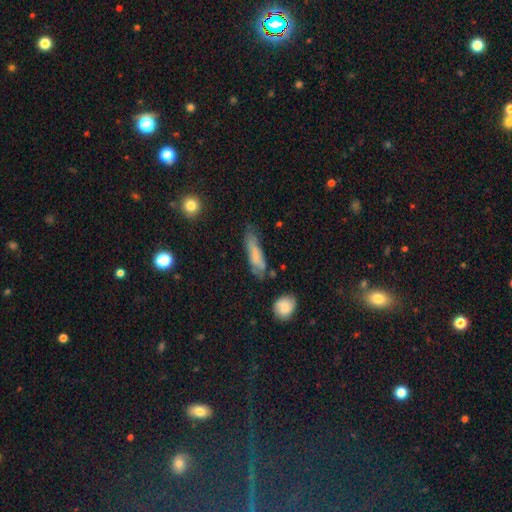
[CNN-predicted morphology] Q: Smooth or featured?
A: smooth (69%); runner-up: featured or disk (23%)
Q: How rounded?
A: cigar-shaped (70%); runner-up: in between (27%)
Q: Merging?
A: none (57%); runner-up: minor disturbance (29%)